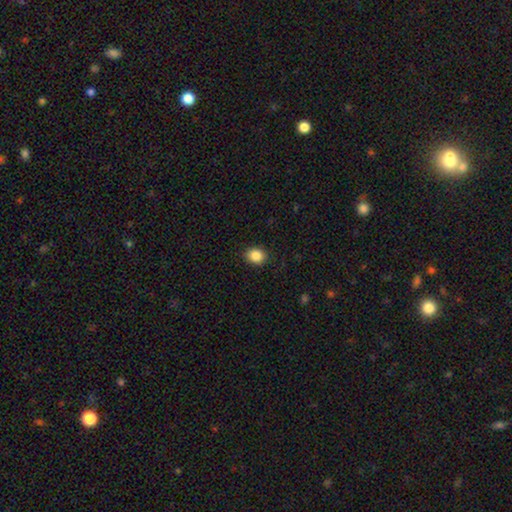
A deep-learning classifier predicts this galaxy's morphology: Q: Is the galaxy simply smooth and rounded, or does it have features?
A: smooth — 86%.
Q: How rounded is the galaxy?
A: round — 62%.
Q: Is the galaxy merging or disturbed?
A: none — 90%.